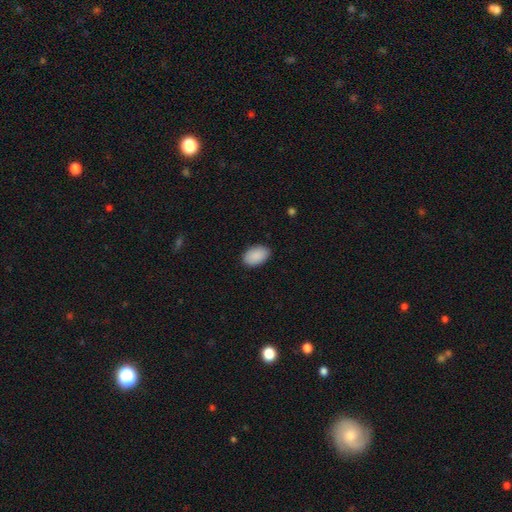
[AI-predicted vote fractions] The model was most divided on "merging": none: 88%, minor disturbance: 9%, major disturbance: 2%, merger: 1%. More confident: how rounded — in between (92%); smooth or featured — smooth (91%).